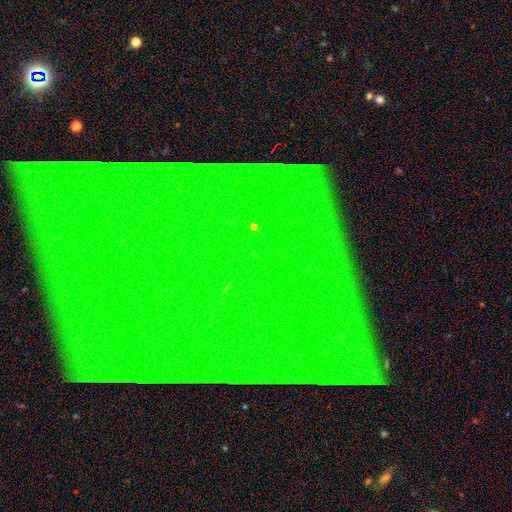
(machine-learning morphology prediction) type=star or artifact (84%).